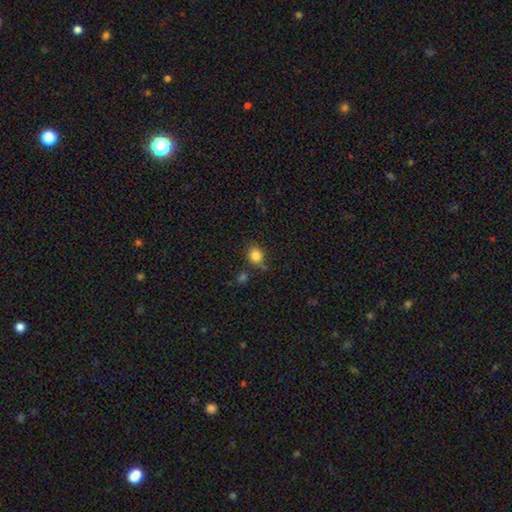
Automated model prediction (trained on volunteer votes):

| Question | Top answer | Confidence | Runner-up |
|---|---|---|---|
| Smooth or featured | smooth | 83% | star or artifact (11%) |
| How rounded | round | 73% | in between (26%) |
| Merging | none | 65% | minor disturbance (22%) |